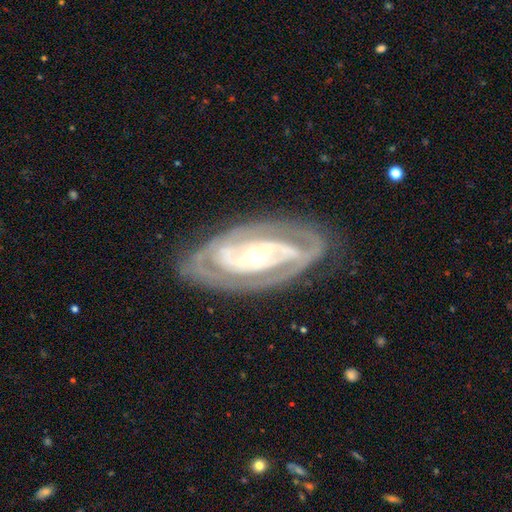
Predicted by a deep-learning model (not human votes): This appears to be a featured or disk galaxy (89%) with no bar (41%), 2 (58%) tight (67%) spiral arms (94%) and a small central bulge (58%). Merging: none (80%).